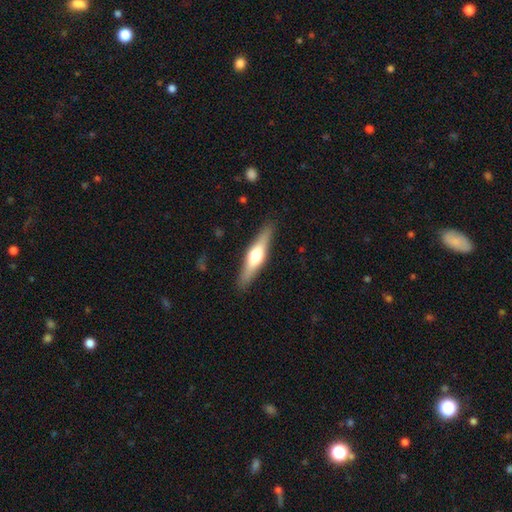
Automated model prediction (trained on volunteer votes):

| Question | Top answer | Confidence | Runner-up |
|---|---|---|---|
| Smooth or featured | featured or disk | 58% | smooth (37%) |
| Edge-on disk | yes | 95% | no (5%) |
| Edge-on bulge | rounded | 93% | boxy (5%) |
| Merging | none | 89% | minor disturbance (8%) |